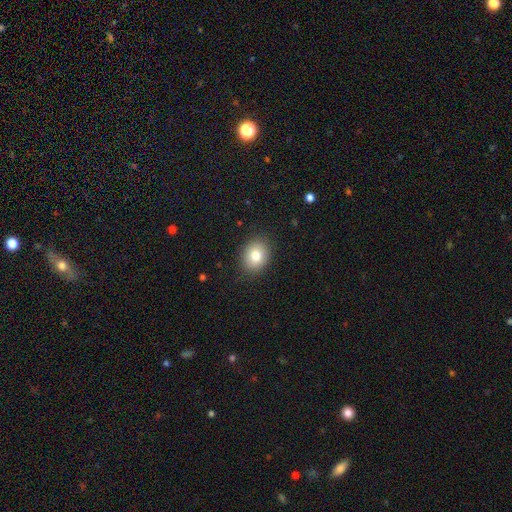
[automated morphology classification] type=smooth (81%); roundness=round (51%); merging=none (87%).